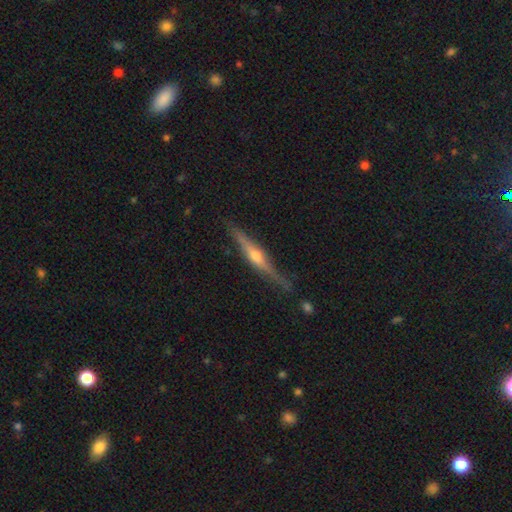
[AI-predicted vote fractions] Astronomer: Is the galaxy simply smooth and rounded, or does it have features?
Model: featured or disk — 76%.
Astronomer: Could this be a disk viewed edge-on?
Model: yes — 97%.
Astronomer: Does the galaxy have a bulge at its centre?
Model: rounded — 89%.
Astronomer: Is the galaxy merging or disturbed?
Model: none — 83%.